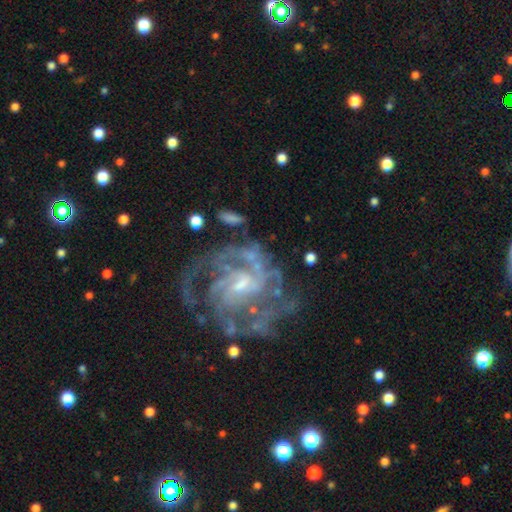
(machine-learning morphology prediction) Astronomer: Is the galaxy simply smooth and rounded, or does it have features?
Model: featured or disk — 88%.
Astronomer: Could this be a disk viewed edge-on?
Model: no — 98%.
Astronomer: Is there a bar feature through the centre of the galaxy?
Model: weak — 45% (runner-up: no, 41%).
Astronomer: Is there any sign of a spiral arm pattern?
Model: yes — 95%.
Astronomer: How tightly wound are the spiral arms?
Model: tight — 54% (runner-up: medium, 38%).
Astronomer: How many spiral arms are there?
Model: can't tell — 26% (runner-up: 2, 23%).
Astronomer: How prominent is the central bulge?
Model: small — 62%.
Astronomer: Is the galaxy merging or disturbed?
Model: none — 68%.